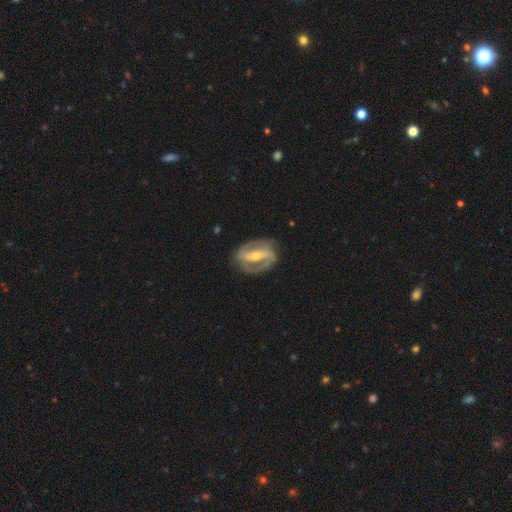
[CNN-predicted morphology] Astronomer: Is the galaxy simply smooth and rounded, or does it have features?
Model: featured or disk — 86%.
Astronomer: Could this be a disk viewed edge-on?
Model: no — 94%.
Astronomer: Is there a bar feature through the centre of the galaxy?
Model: strong — 70%.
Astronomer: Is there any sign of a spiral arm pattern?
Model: yes — 88%.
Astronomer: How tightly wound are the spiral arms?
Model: medium — 46% (runner-up: tight, 35%).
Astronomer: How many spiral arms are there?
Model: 2 — 88%.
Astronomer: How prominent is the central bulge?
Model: moderate — 51% (runner-up: small, 45%).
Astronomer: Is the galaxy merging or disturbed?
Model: none — 81%.